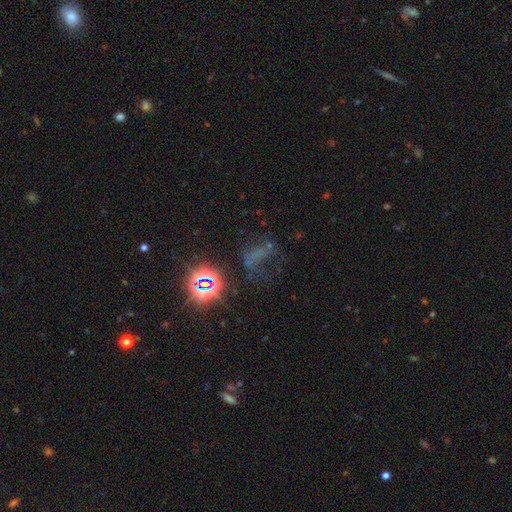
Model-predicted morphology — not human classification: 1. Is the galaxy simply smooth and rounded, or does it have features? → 53% star or artifact, 24% featured or disk, 23% smooth.